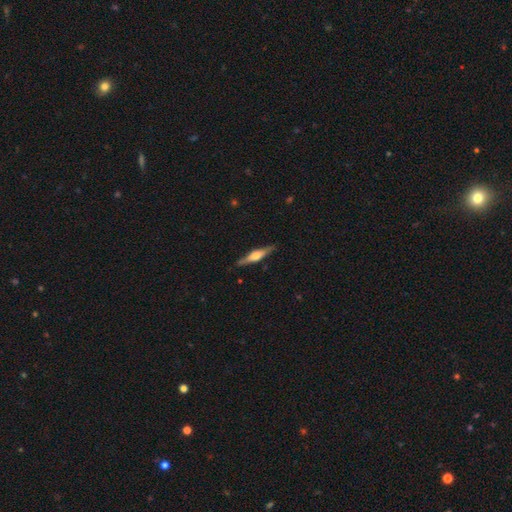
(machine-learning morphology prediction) The model was most divided on "smooth or featured": featured or disk: 68%, smooth: 27%, star or artifact: 5%. More confident: edge-on disk — yes (97%); merging — none (88%); edge-on bulge — rounded (79%).